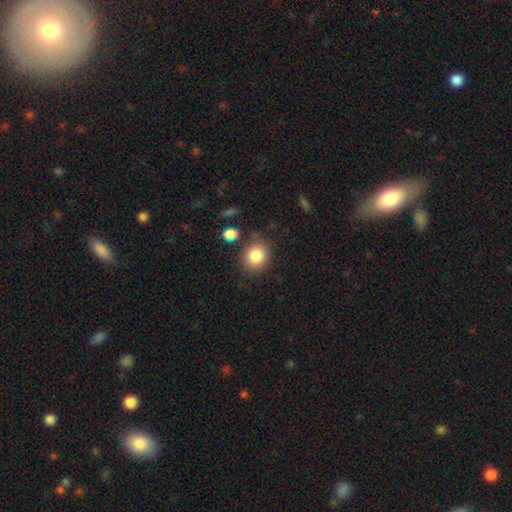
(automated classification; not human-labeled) This appears to be a smooth galaxy with no disk features (86%) that is round (76%). Merging: none (81%).